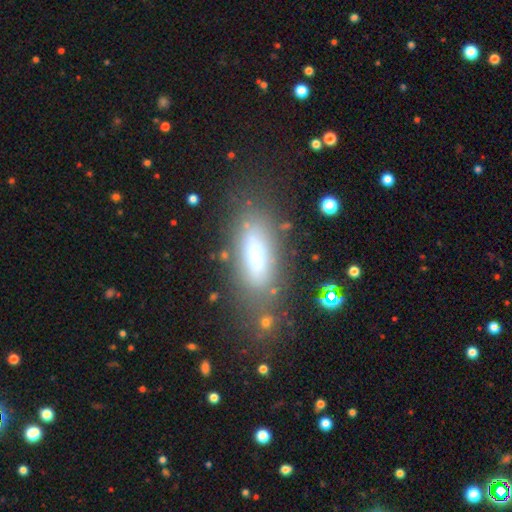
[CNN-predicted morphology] The model was most divided on "smooth or featured": smooth: 64%, featured or disk: 25%, star or artifact: 11%. More confident: merging — none (70%); how rounded — in between (69%).